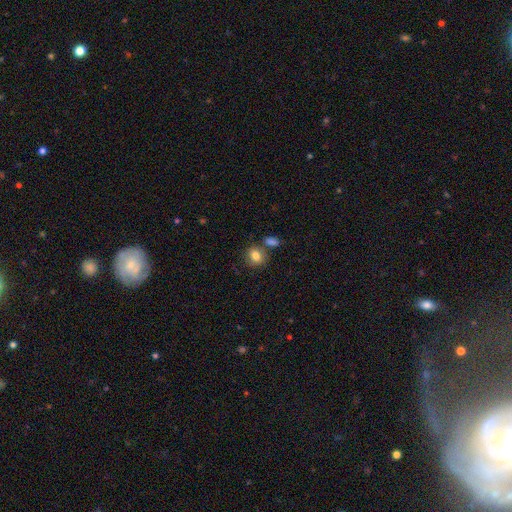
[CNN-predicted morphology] Overall: smooth (82%). How rounded: round (65%; in between 34%). Merging: none (67%).